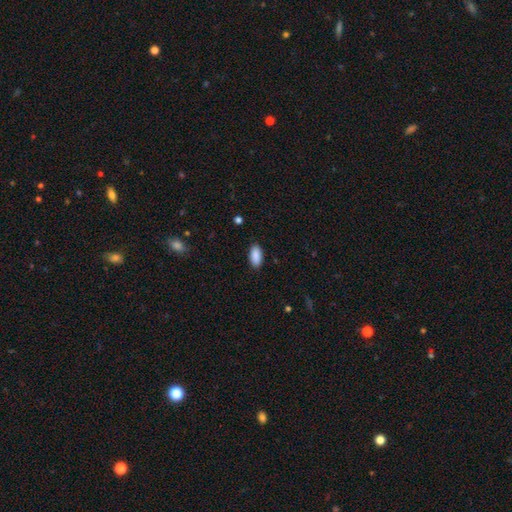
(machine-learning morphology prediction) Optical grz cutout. It shows a smooth galaxy with no disk features (90%) that is in between round and cigar-shaped (93%). Merging: none (88%).